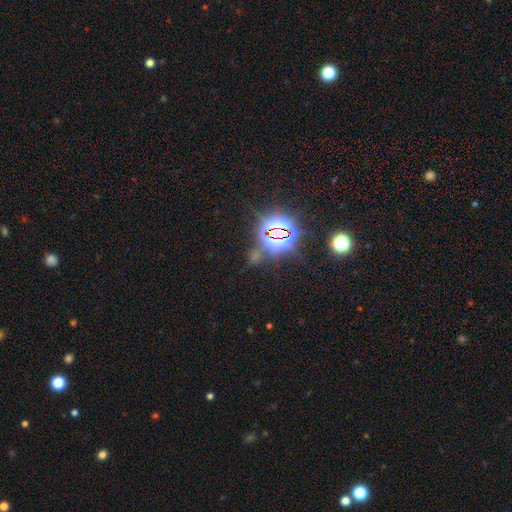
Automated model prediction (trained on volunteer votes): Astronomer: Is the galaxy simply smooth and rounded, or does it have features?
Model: star or artifact — 78%.